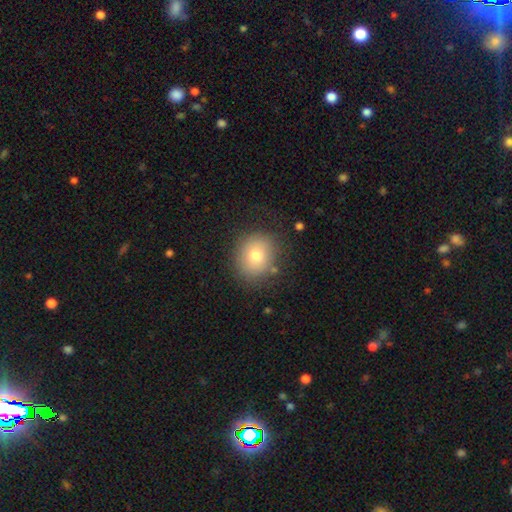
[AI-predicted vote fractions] smooth-or-featured: smooth: 76% | featured or disk: 13% | star or artifact: 11%
  how-rounded: round: 75% | in between: 25% | cigar-shaped: 1%
  merging: none: 81% | minor disturbance: 13% | major disturbance: 4% | merger: 2%